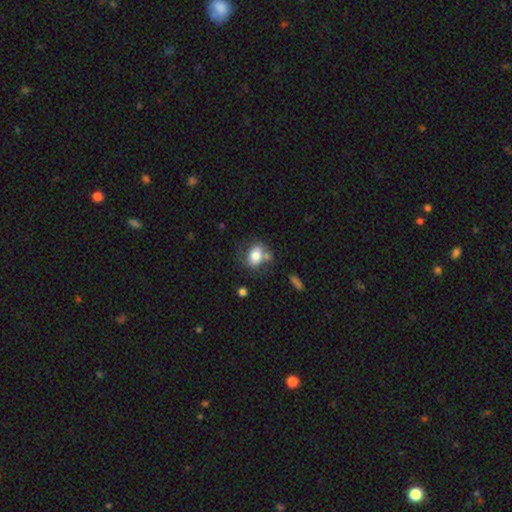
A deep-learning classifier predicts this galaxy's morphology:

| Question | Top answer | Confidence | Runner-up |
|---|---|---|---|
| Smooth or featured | smooth | 75% | featured or disk (16%) |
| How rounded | in between | 71% | round (27%) |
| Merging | none | 49% | minor disturbance (22%) |